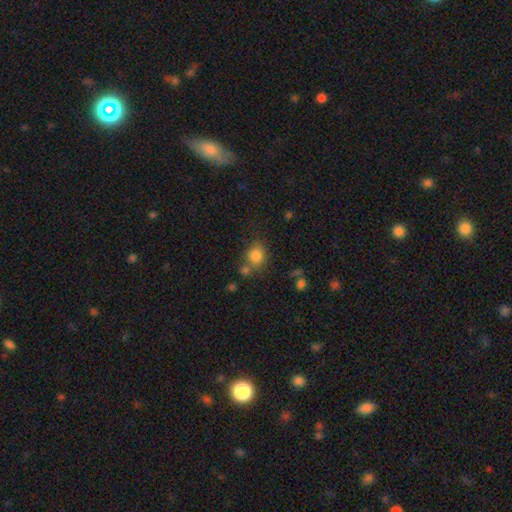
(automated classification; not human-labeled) Overall: smooth (82%). How rounded: round (65%; in between 34%). Merging: none (61%).